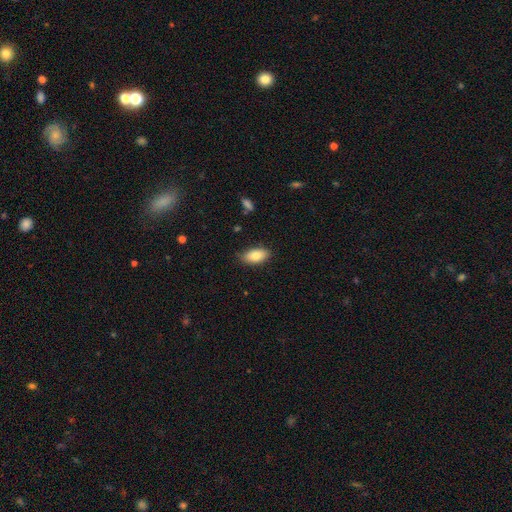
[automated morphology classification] This is clearly a smooth galaxy (81%). How rounded: clearly in between (91%). Merging: clearly none (83%).